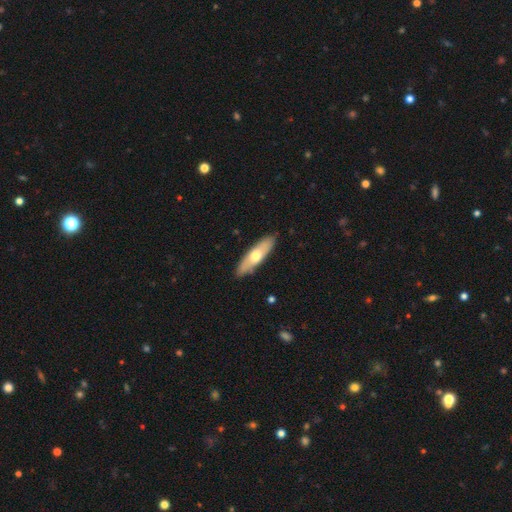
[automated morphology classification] Q: Smooth or featured?
A: smooth (55%); runner-up: featured or disk (40%)
Q: How rounded?
A: cigar-shaped (59%); runner-up: in between (40%)
Q: Merging?
A: none (88%); runner-up: minor disturbance (10%)